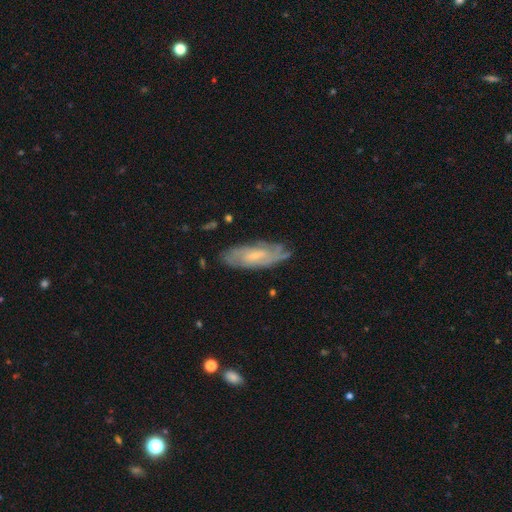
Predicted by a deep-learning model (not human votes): The model was most divided on "bar": no: 51%, weak: 41%, strong: 9%. Remaining: spiral arms — yes (89%); edge-on disk — no (84%); merging — none (76%); smooth or featured — featured or disk (70%); bulge size — small (68%); spiral winding — tight (56%); spiral arm count — can't tell (48%).